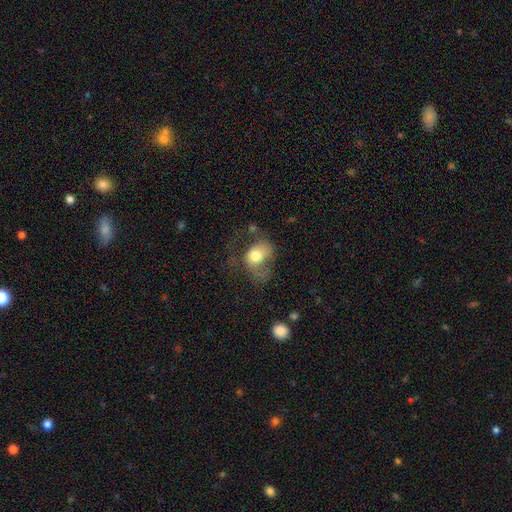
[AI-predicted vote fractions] Smooth or featured: smooth — 67% (featured or disk — 25%)
How rounded: in between — 64% (round — 34%)
Merging: major disturbance — 49% (none — 23%)